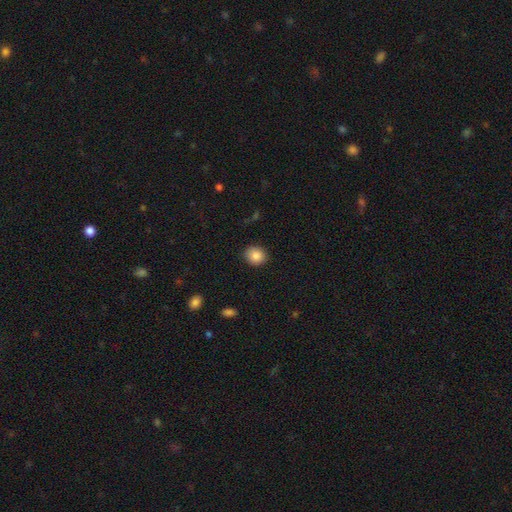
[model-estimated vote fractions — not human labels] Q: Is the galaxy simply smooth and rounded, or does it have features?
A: smooth — 86%.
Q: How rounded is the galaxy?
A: round — 79%.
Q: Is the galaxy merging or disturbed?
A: none — 90%.